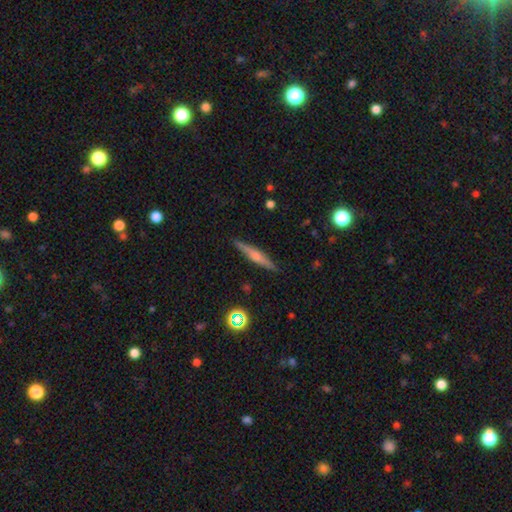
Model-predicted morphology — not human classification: This appears to be a featured or disk galaxy (62%) viewed edge-on (97%) with a rounded central bulge (81%). Merging: none (90%).